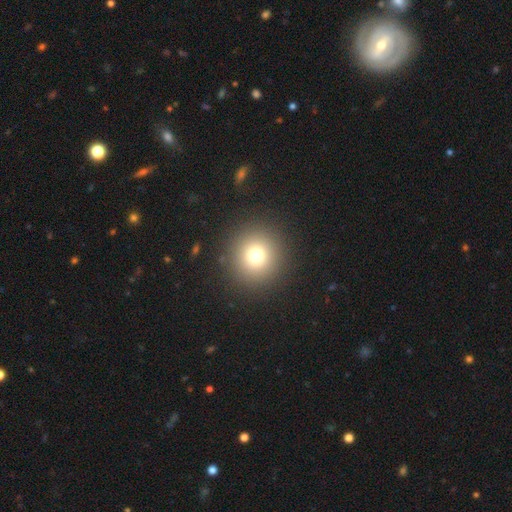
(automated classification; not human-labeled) Smooth or featured?
  - smooth: 75% *
  - star or artifact: 16%
  - featured or disk: 10%
How rounded?
  - round: 94% *
  - in between: 5%
  - cigar-shaped: 1%
Merging?
  - none: 90% *
  - minor disturbance: 5%
  - major disturbance: 3%
  - merger: 1%